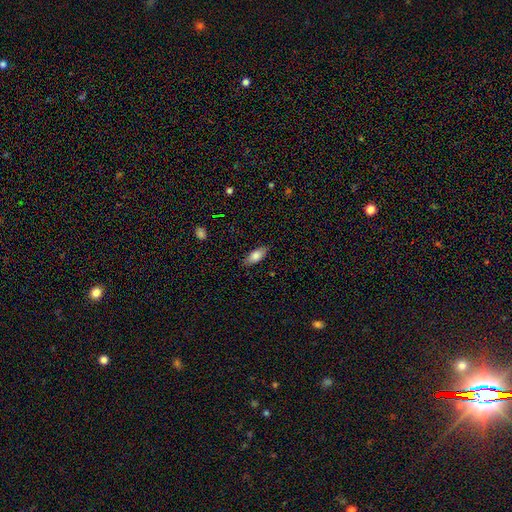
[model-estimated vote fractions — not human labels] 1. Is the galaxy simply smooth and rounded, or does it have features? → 80% smooth, 13% featured or disk, 7% star or artifact.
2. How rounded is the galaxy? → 85% in between, 13% cigar-shaped, 3% round.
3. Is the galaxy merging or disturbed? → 84% none, 12% minor disturbance, 2% major disturbance, 1% merger.